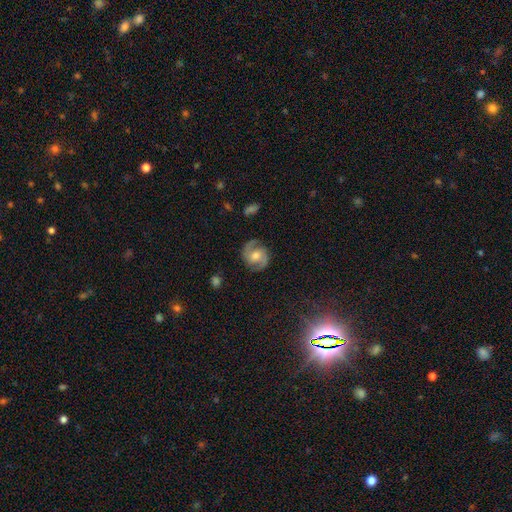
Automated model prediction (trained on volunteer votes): featured or disk 82%, smooth 12%, star or artifact 6%. Down the decision tree: edge-on disk — no (98%); bar — no (45%); spiral arms — yes (96%); spiral arm count — 2 (92%); spiral winding — medium (54%); bulge size — moderate (64%); merging — none (84%).